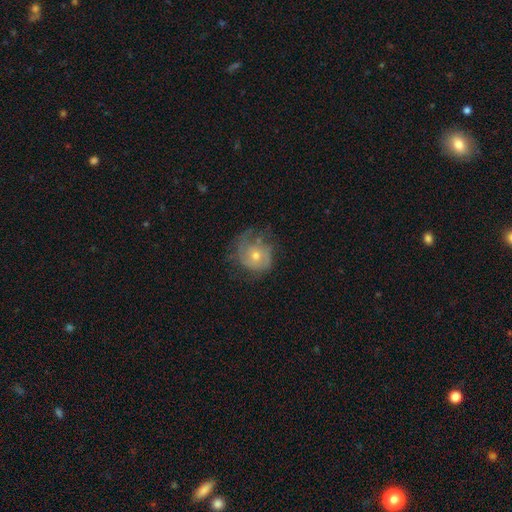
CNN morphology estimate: A featured or disk galaxy (65%) with no bar (80%), 2 (33%, tied with can't tell) tight (48%) spiral arms (81%) and a moderate central bulge (53%).

Vote fractions:
- Smooth or featured? featured or disk: 65% / smooth: 26% / star or artifact: 9%
- Edge-on disk? no: 97% / yes: 3%
- Bar? no: 80% / weak: 17% / strong: 3%
- Spiral arms? yes: 81% / no: 19%
- Spiral winding? tight: 48% / medium: 36% / loose: 17%
- Spiral arm count? 2: 33% (tied) / can't tell: 33% (tied) / 1: 15% / 3: 13% / 4: 4% / more than 4: 3%
- Bulge size? moderate: 53% / small: 43% / large: 2% / none: 1% / dominant: 1%
- Merging? none: 56% / minor disturbance: 24% / major disturbance: 18% / merger: 1%